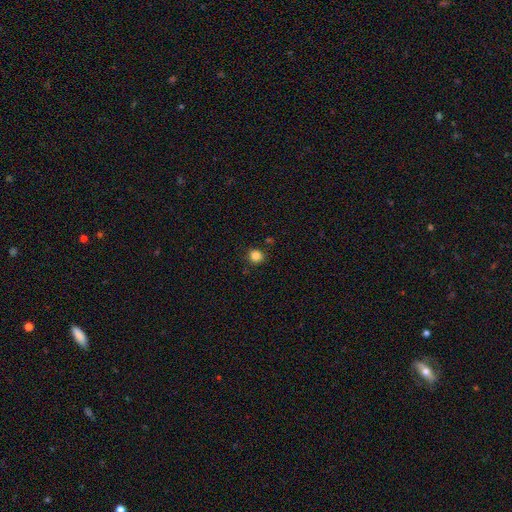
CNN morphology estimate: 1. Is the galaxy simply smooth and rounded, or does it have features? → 85% smooth, 12% star or artifact, 3% featured or disk.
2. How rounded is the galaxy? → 90% round, 9% in between, 1% cigar-shaped.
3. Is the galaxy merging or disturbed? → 87% none, 8% minor disturbance, 3% merger, 2% major disturbance.